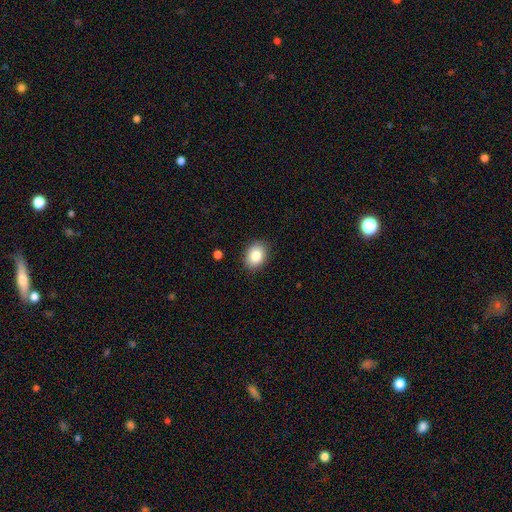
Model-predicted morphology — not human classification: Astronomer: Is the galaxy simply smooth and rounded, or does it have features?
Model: smooth — 83%.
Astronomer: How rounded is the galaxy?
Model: in between — 64%.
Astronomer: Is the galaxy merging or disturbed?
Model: none — 87%.